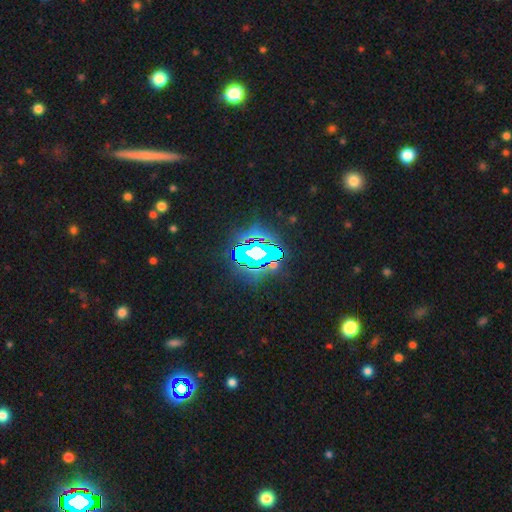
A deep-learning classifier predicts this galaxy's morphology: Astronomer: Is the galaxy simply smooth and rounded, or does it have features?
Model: star or artifact — 73%.